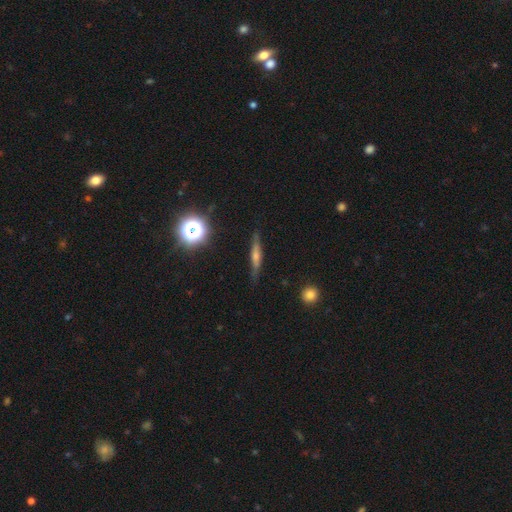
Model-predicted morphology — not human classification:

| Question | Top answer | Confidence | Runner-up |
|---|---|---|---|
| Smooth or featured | featured or disk | 54% | smooth (33%) |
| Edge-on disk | yes | 93% | no (7%) |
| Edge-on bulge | rounded | 65% | none (21%) |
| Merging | none | 85% | minor disturbance (12%) |